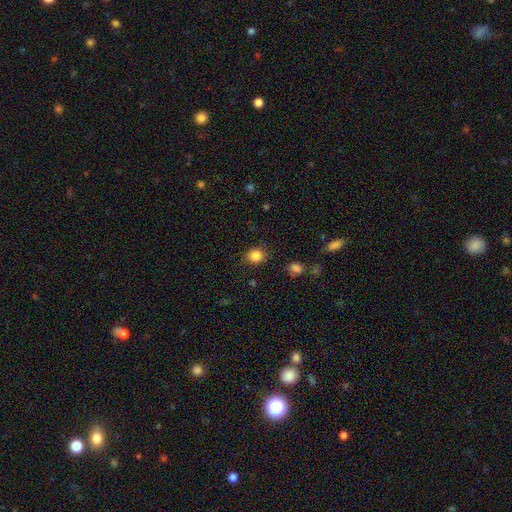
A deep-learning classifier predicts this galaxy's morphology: Smooth or featured? Predicted: smooth (p=0.85). How rounded? Predicted: round (p=0.74). Merging? Predicted: none (p=0.83).